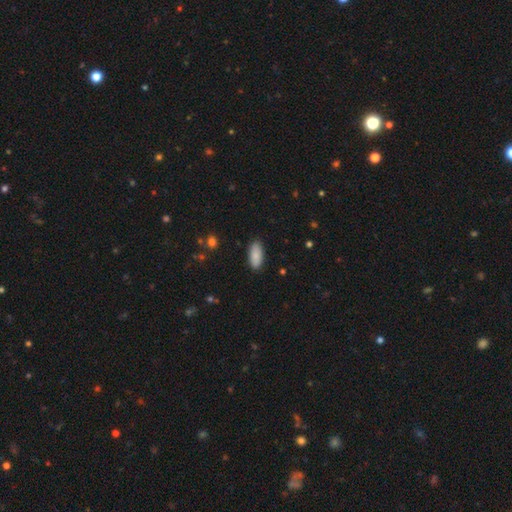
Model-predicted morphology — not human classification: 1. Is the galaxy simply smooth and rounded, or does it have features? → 88% smooth, 6% star or artifact, 6% featured or disk.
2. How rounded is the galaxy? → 88% in between, 10% cigar-shaped, 2% round.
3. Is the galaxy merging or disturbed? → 88% none, 9% minor disturbance, 2% major disturbance, 1% merger.